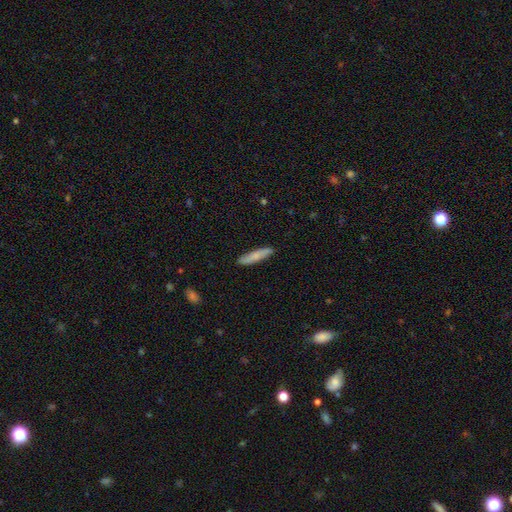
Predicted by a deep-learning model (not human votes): This is likely a smooth galaxy (75%). How rounded: clearly cigar-shaped (88%). Merging: clearly none (87%).